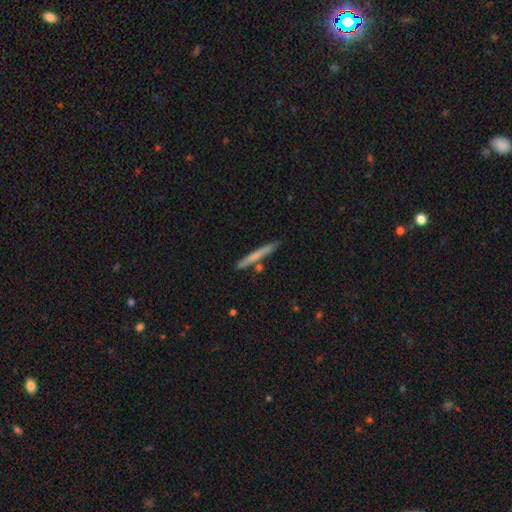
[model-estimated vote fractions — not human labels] smooth 62%, featured or disk 32%, star or artifact 6%. Down the decision tree: how rounded — cigar-shaped (96%); merging — none (82%).